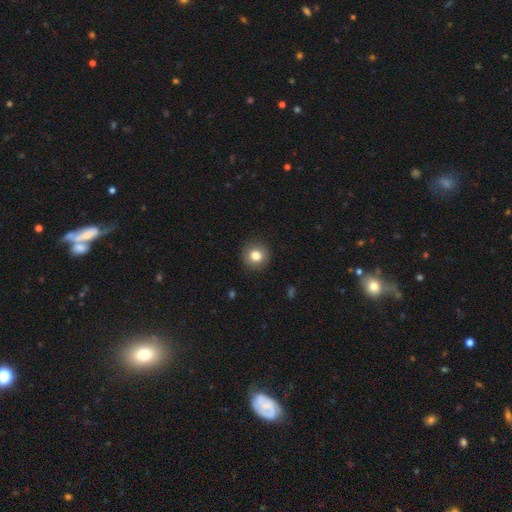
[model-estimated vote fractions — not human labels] This appears to be a smooth galaxy with no disk features (81%) that is round (92%). Merging: none (91%).